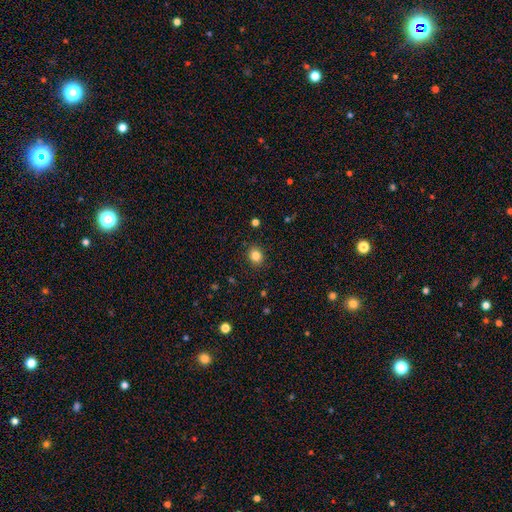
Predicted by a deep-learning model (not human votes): Morphology: type=smooth (83%); roundness=round (70%); merging=none (89%).